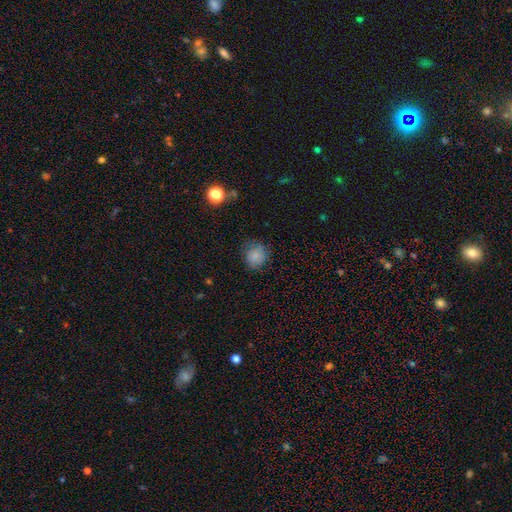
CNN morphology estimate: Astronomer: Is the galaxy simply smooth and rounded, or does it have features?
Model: smooth — 80%.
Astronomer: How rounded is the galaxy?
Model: round — 82%.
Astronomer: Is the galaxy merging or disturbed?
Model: none — 70%.